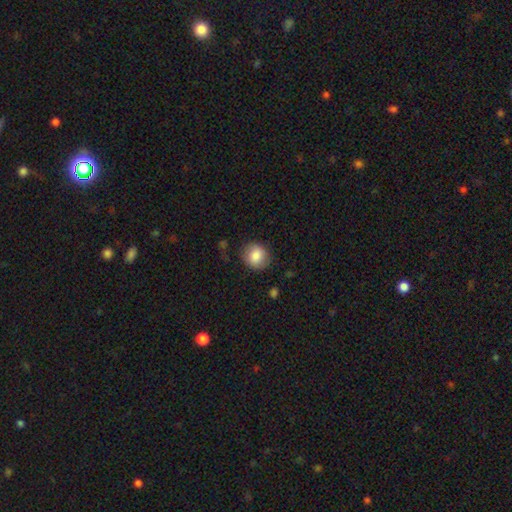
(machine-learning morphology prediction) smooth-or-featured: smooth: 83% | featured or disk: 10% | star or artifact: 8%
  how-rounded: round: 78% | in between: 21% | cigar-shaped: 1%
  merging: none: 82% | minor disturbance: 13% | major disturbance: 4% | merger: 1%